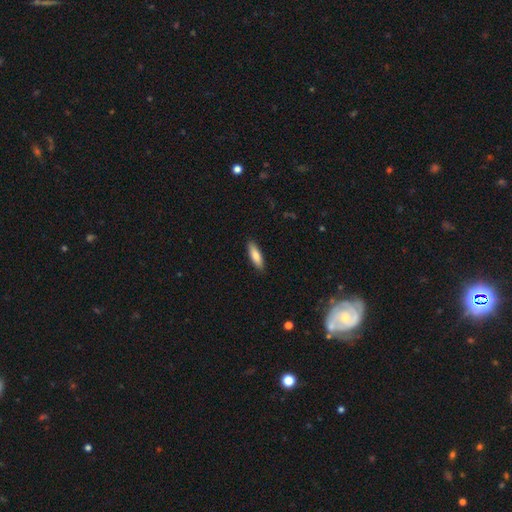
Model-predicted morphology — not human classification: This is clearly a smooth galaxy (81%). How rounded: possibly cigar-shaped (53%). Merging: clearly none (89%).